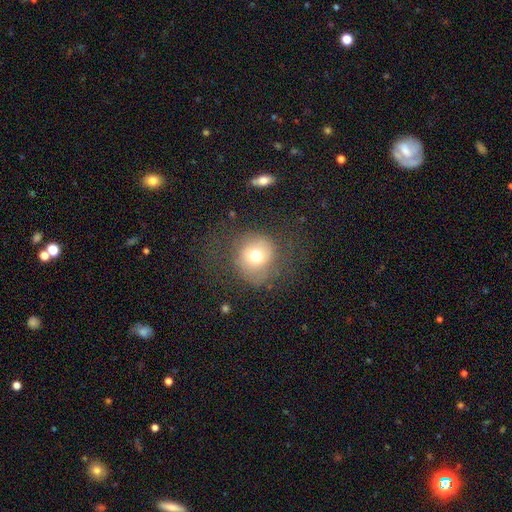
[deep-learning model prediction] Overall: smooth (69%). How rounded: round (86%). Merging: none (66%).